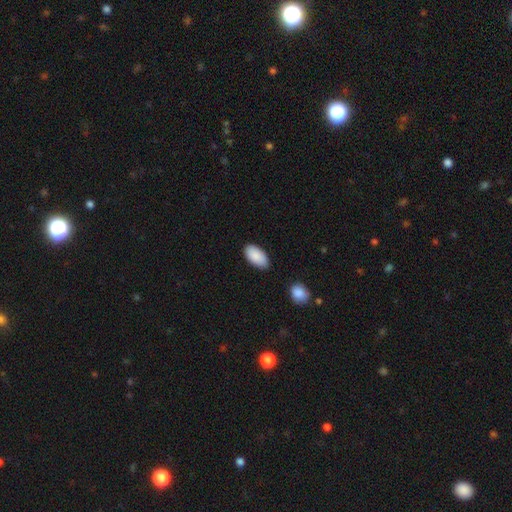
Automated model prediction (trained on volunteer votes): A smooth galaxy with no disk features (90%) that is in between round and cigar-shaped (95%).

Vote fractions:
- Smooth or featured? smooth: 90% / star or artifact: 6% / featured or disk: 4%
- How rounded? in between: 95% / cigar-shaped: 2% / round: 2%
- Merging? none: 81% / minor disturbance: 14% / major disturbance: 2% / merger: 2%